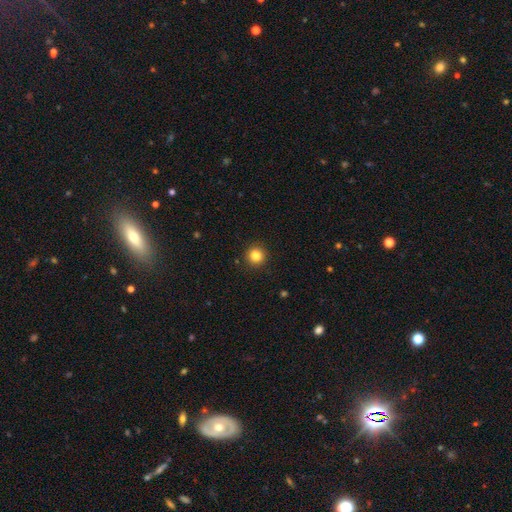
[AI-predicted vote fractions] Smooth or featured? Predicted: smooth (p=0.84). How rounded? Predicted: round (p=0.95). Merging? Predicted: none (p=0.92).